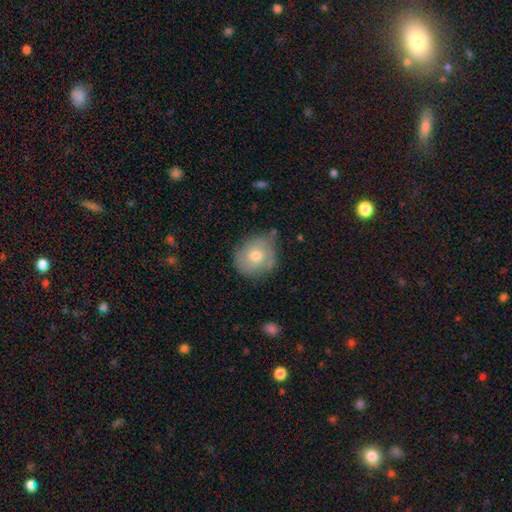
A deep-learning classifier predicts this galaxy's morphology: This is likely a smooth galaxy (61%). How rounded: likely round (75%). Merging: likely none (66%).